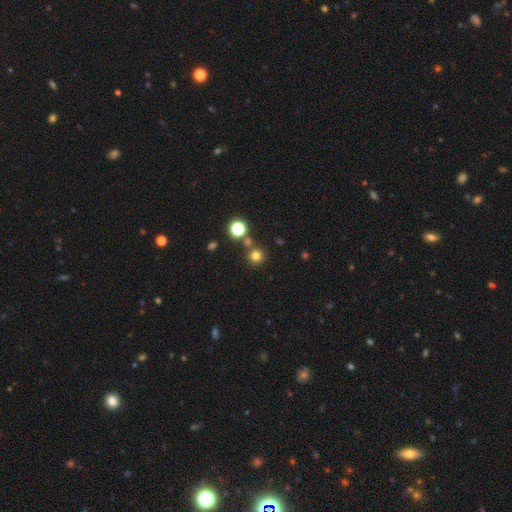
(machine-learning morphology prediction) smooth 75%, star or artifact 19%, featured or disk 6%. Down the decision tree: how rounded — round (95%); merging — none (80%).